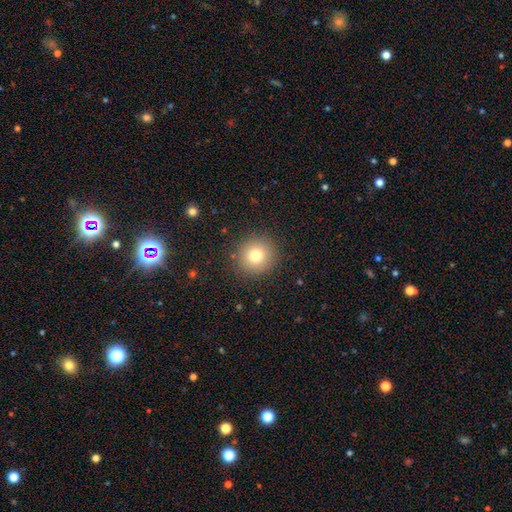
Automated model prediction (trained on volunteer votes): smooth-or-featured: smooth: 78% | star or artifact: 12% | featured or disk: 10%
  how-rounded: round: 91% | in between: 8% | cigar-shaped: 1%
  merging: none: 89% | minor disturbance: 7% | major disturbance: 3% | merger: 1%